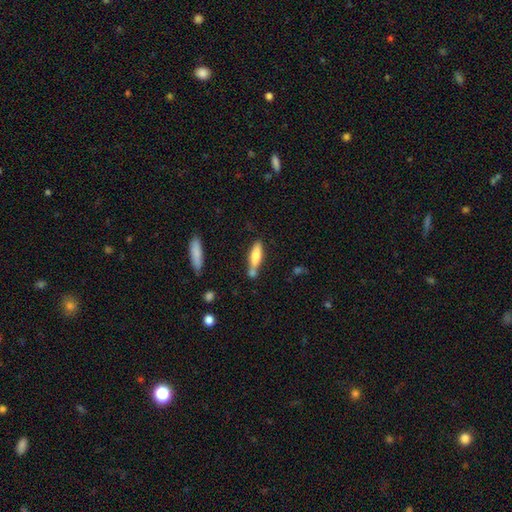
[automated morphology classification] This is likely a smooth galaxy (72%). How rounded: likely cigar-shaped (64%). Merging: possibly none (53%).